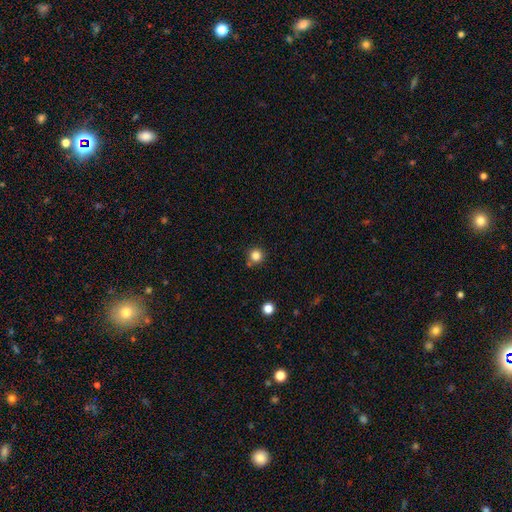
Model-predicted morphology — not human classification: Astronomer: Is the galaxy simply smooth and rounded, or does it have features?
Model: smooth — 83%.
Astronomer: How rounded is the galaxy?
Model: round — 94%.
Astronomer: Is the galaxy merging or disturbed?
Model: none — 80%.